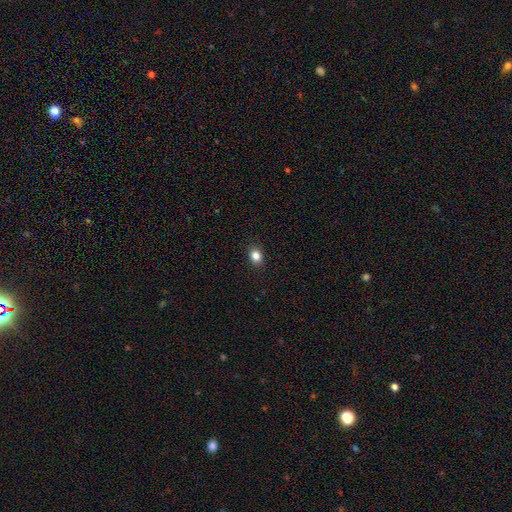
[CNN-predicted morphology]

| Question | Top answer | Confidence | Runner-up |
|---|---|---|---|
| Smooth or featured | smooth | 84% | star or artifact (11%) |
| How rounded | round | 51% | in between (48%) |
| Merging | none | 90% | minor disturbance (7%) |